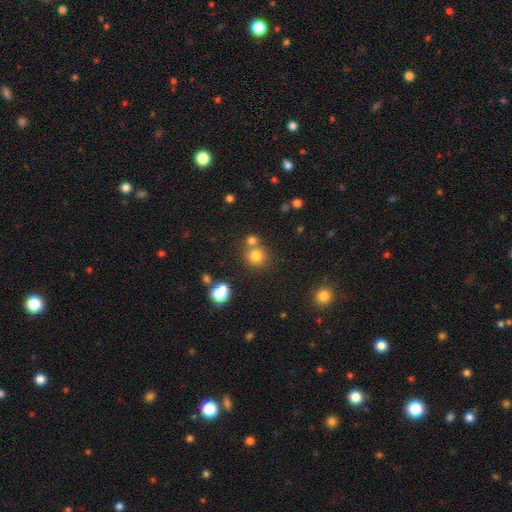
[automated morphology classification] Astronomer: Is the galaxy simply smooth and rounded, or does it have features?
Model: smooth — 76%.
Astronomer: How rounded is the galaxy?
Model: round — 89%.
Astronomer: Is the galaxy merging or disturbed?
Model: none — 63%.